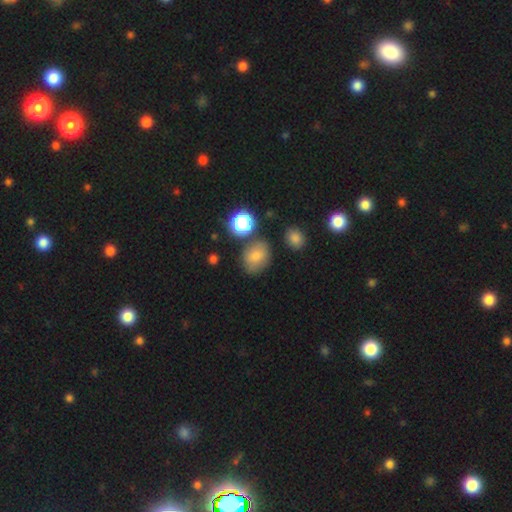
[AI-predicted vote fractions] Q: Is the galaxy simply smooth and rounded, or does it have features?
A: smooth — 77%.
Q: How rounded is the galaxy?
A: round — 49%, tied with in between.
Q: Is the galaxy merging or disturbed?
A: none — 71%.